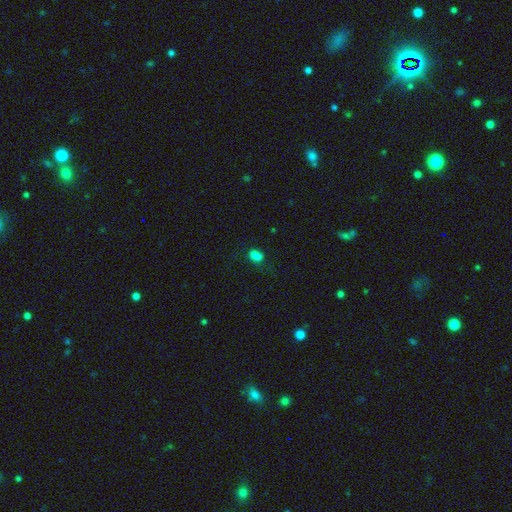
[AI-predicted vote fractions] Smooth or featured?
  - smooth: 76% *
  - star or artifact: 18%
  - featured or disk: 5%
How rounded?
  - in between: 72% *
  - round: 26%
  - cigar-shaped: 2%
Merging?
  - none: 64% *
  - minor disturbance: 21%
  - major disturbance: 8%
  - merger: 7%